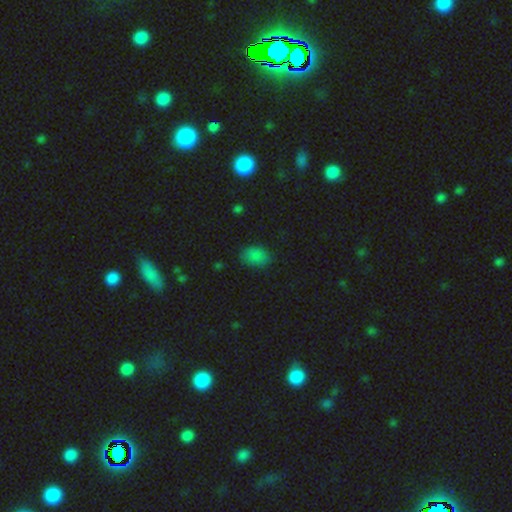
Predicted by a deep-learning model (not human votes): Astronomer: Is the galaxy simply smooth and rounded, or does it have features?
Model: smooth — 82%.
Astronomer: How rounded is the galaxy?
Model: in between — 77%.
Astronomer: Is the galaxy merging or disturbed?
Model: none — 80%.